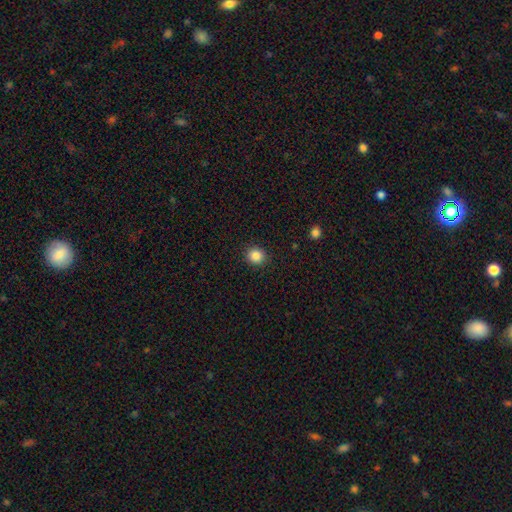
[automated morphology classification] smooth-or-featured: smooth: 86% | star or artifact: 10% | featured or disk: 4%
  how-rounded: round: 87% | in between: 12% | cigar-shaped: 1%
  merging: none: 91% | minor disturbance: 6% | major disturbance: 2% | merger: 1%